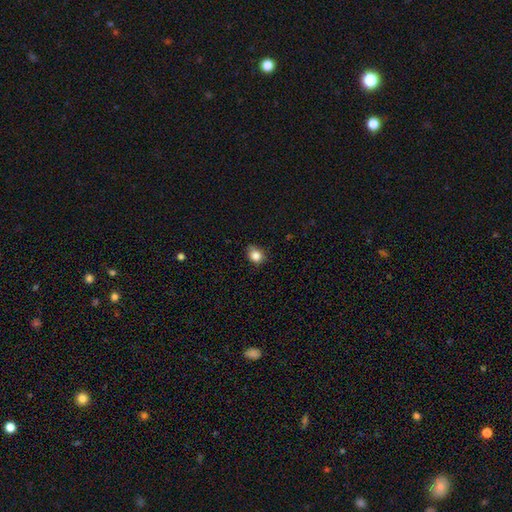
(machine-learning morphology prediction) This is clearly a smooth galaxy (84%). How rounded: possibly round (59%). Merging: likely none (72%).